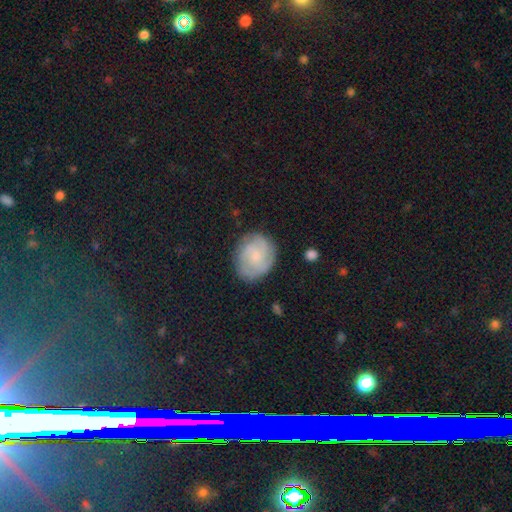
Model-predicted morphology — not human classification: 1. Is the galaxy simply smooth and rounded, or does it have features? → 67% featured or disk, 25% smooth, 8% star or artifact.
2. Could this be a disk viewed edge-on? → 98% no, 2% yes.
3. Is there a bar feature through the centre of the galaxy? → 70% no, 27% weak, 3% strong.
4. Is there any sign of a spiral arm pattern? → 94% yes, 6% no.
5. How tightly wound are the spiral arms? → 60% tight, 32% medium, 8% loose.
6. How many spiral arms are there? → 33% 3, 25% can't tell, 23% 2, 8% 4, 5% 1, 5% more than 4.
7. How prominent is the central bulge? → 58% small, 23% moderate, 15% none, 3% large, 1% dominant.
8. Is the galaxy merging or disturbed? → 81% none, 14% minor disturbance, 4% major disturbance, 1% merger.